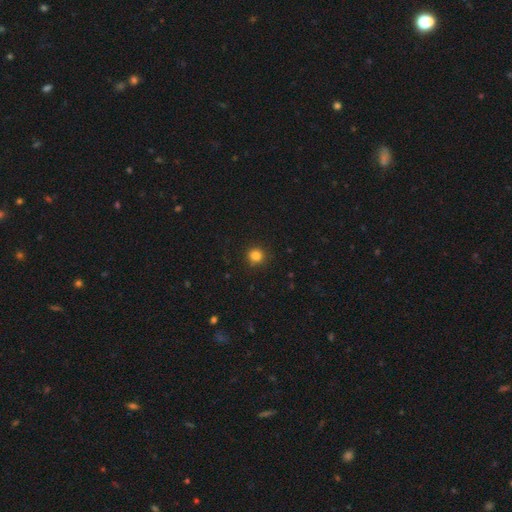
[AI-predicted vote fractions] smooth_or_featured: smooth (p=0.83) [alt: star or artifact p=0.13]
how_rounded: round (p=0.94) [alt: in between p=0.05]
merging: none (p=0.91) [alt: minor disturbance p=0.06]